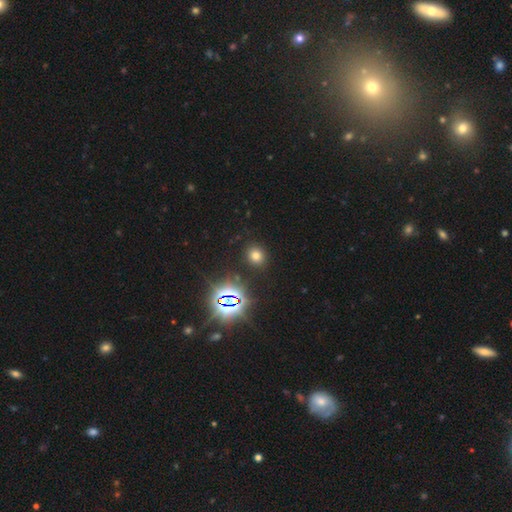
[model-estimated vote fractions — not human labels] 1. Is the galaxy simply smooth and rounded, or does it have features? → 67% smooth, 26% star or artifact, 7% featured or disk.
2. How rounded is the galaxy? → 75% round, 23% in between, 1% cigar-shaped.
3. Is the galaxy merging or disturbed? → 88% none, 7% minor disturbance, 3% major disturbance, 2% merger.